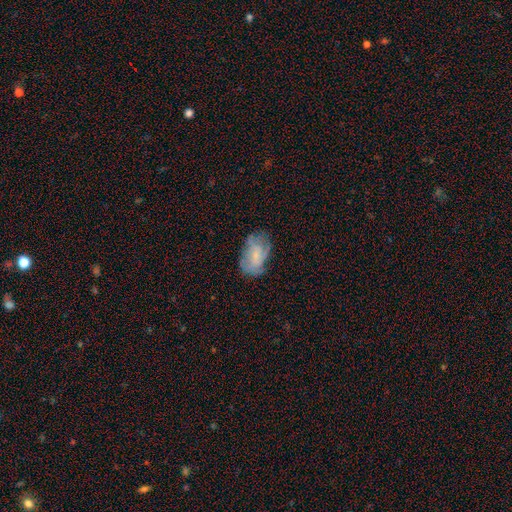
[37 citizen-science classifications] smooth-or-featured: featured or disk: 51% | smooth: 43% | star or artifact: 5%
  disk-edge-on: no: 100% | yes: 0%
    bar: no: 58% | weak: 37% | strong: 5%
    has-spiral-arms: yes: 79% | no: 21%
      spiral-winding: medium: 60% | tight: 27% | loose: 13%
      spiral-arm-count: can't tell: 33% | 3: 27% | 2: 20% | 1: 13% | 4: 7% | more than 4: 0%
    bulge-size: small: 68% | moderate: 16% | none: 11% | large: 5% | dominant: 0%
  merging: none: 60% | minor disturbance: 29% | major disturbance: 11% | merger: 0%